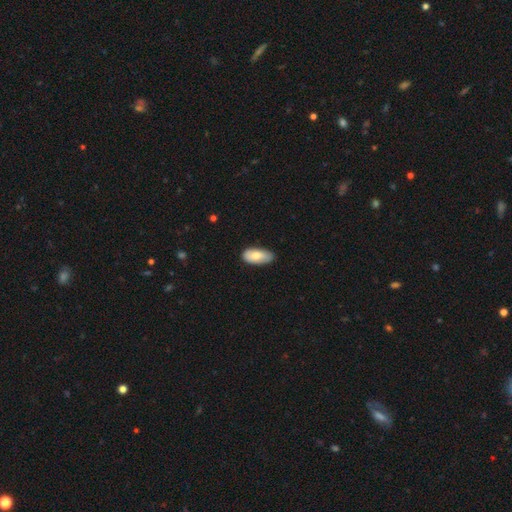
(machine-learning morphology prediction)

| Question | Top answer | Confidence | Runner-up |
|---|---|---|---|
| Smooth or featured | smooth | 73% | featured or disk (21%) |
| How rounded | in between | 92% | cigar-shaped (5%) |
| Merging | none | 78% | minor disturbance (18%) |